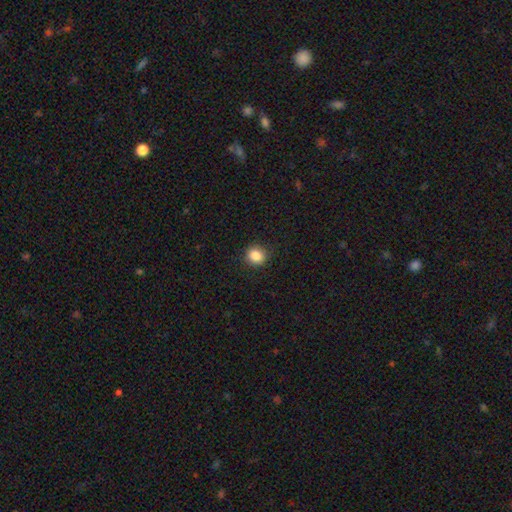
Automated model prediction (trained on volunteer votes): Smooth or featured?
  - smooth: 86% *
  - star or artifact: 10%
  - featured or disk: 4%
How rounded?
  - round: 80% *
  - in between: 19%
  - cigar-shaped: 1%
Merging?
  - none: 89% *
  - minor disturbance: 8%
  - major disturbance: 2%
  - merger: 1%